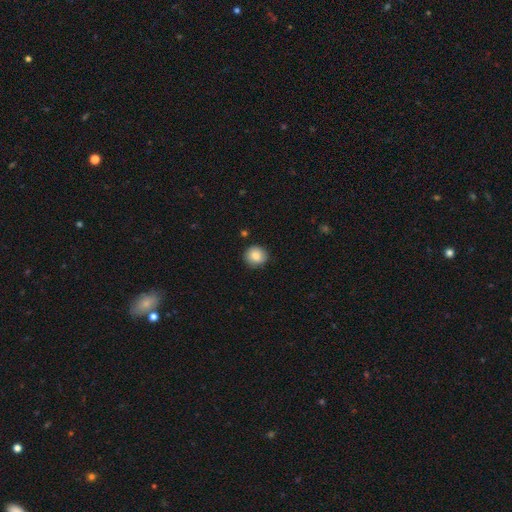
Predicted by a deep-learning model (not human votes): smooth 82%, featured or disk 10%, star or artifact 8%. Down the decision tree: how rounded — round (89%); merging — none (83%).